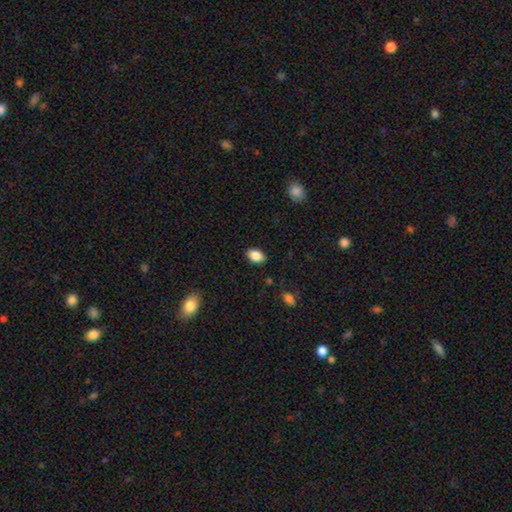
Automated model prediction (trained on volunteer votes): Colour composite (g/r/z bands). It shows a smooth galaxy with no disk features (87%) that is in between round and cigar-shaped (86%). Merging: none (87%).